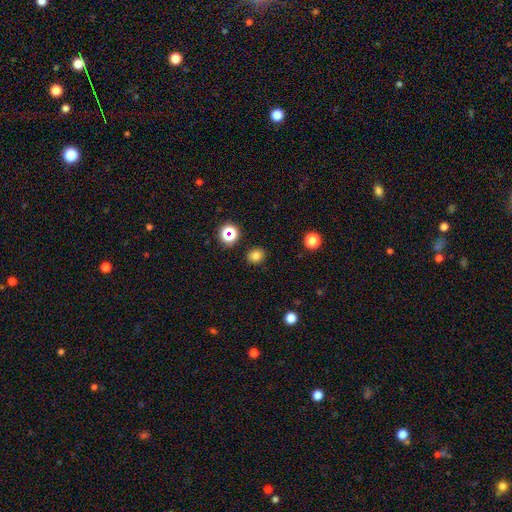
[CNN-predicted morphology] smooth-or-featured: smooth: 78% | star or artifact: 16% | featured or disk: 6%
  how-rounded: round: 70% | in between: 29% | cigar-shaped: 1%
  merging: none: 88% | minor disturbance: 8% | major disturbance: 2% | merger: 2%